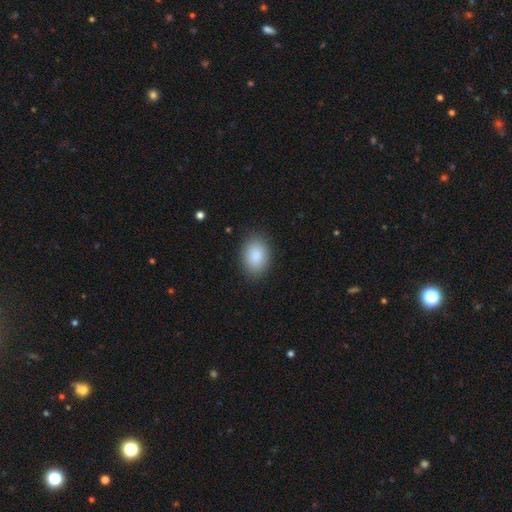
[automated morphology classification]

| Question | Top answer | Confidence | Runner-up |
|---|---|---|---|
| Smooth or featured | smooth | 87% | star or artifact (7%) |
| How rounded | in between | 81% | round (18%) |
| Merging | none | 87% | minor disturbance (9%) |